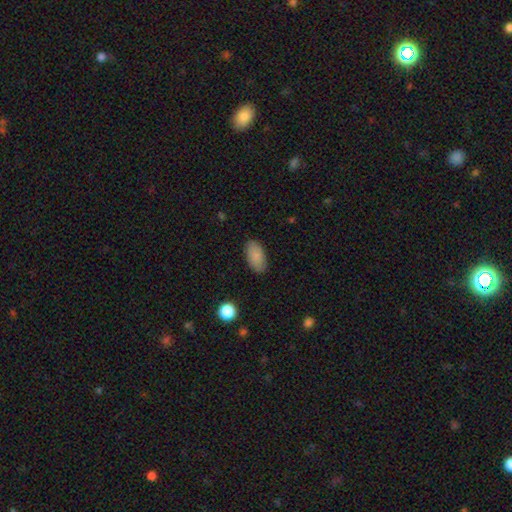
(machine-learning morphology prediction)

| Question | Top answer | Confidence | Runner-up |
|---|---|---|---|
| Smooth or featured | smooth | 86% | star or artifact (7%) |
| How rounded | in between | 94% | cigar-shaped (3%) |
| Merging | none | 85% | minor disturbance (11%) |